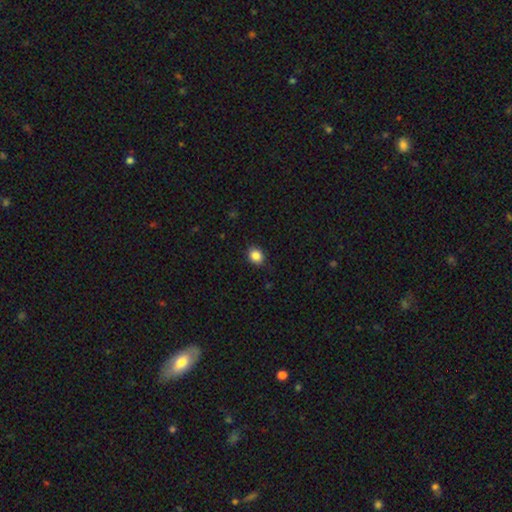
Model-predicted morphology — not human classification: A smooth galaxy with no disk features (87%) that is round (63%).

Vote fractions:
- Smooth or featured? smooth: 87% / star or artifact: 10% / featured or disk: 4%
- How rounded? round: 63% / in between: 36% / cigar-shaped: 1%
- Merging? none: 87% / minor disturbance: 10% / major disturbance: 2% / merger: 1%